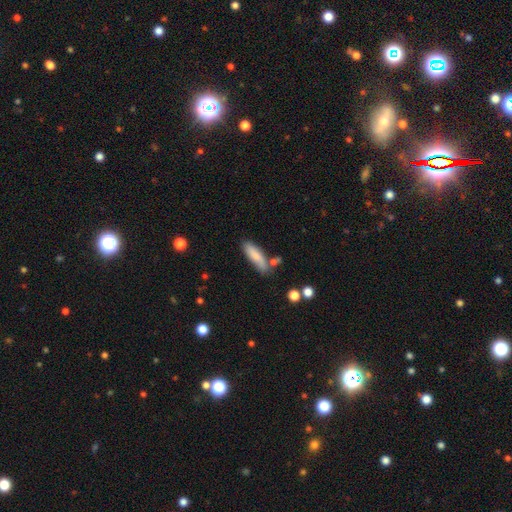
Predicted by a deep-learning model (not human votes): Morphology: type=smooth (78%); roundness=cigar-shaped (57%); merging=none (65%).